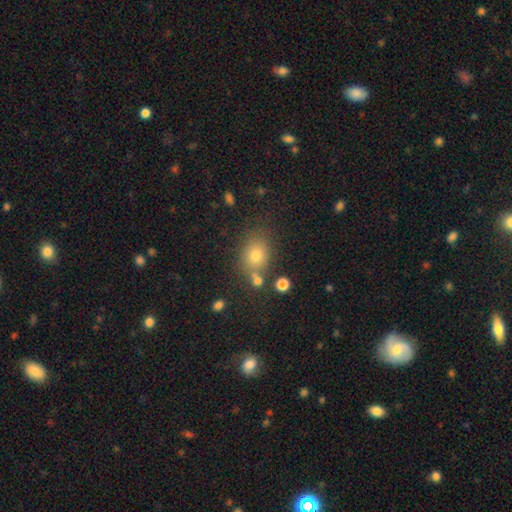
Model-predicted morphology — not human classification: A smooth galaxy with no disk features (73%) that is round (55%).

Vote fractions:
- Smooth or featured? smooth: 73% / star or artifact: 17% / featured or disk: 11%
- How rounded? round: 55% / in between: 44% / cigar-shaped: 1%
- Merging? none: 68% / merger: 14% / minor disturbance: 13% / major disturbance: 5%